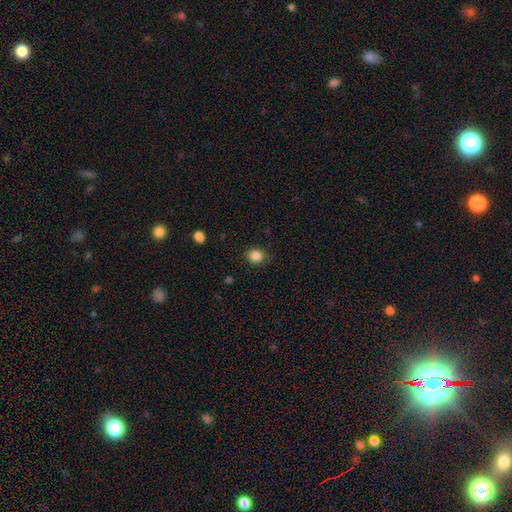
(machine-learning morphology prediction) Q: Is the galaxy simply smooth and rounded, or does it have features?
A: smooth — 85%.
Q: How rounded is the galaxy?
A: round — 80%.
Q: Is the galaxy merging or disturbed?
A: none — 89%.